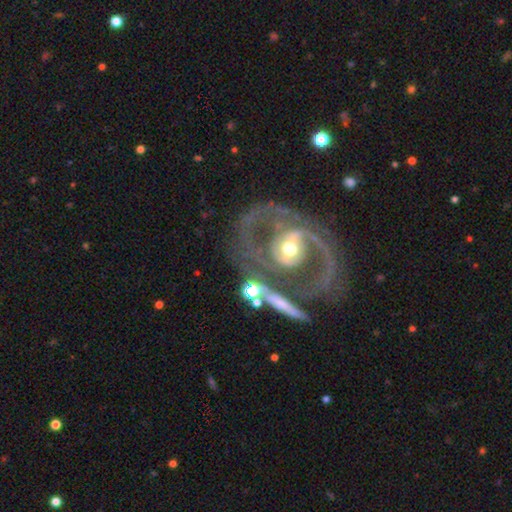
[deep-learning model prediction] Smooth or featured: featured or disk — 86% (smooth — 8%)
Edge-on disk: no — 96% (yes — 4%)
Bar: no — 42% (weak — 29%)
Spiral arms: yes — 79% (no — 21%)
Spiral winding: medium — 45% (tight — 37%)
Spiral arm count: 2 — 76% (can't tell — 9%)
Bulge size: moderate — 55% (small — 37%)
Merging: none — 56% (minor disturbance — 16%)